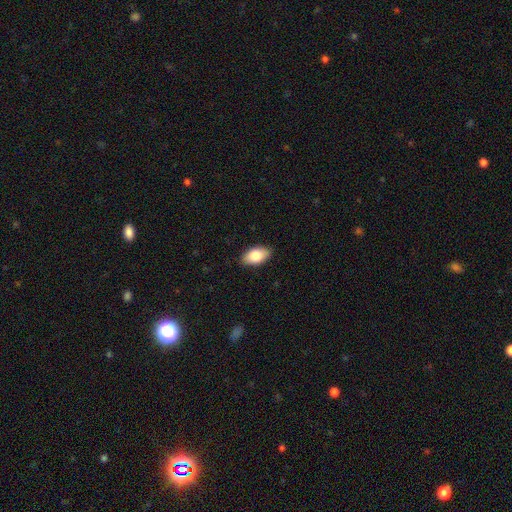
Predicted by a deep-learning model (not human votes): smooth-or-featured: smooth: 83% | featured or disk: 11% | star or artifact: 6%
  how-rounded: in between: 93% | round: 5% | cigar-shaped: 2%
  merging: none: 88% | minor disturbance: 9% | major disturbance: 2% | merger: 1%